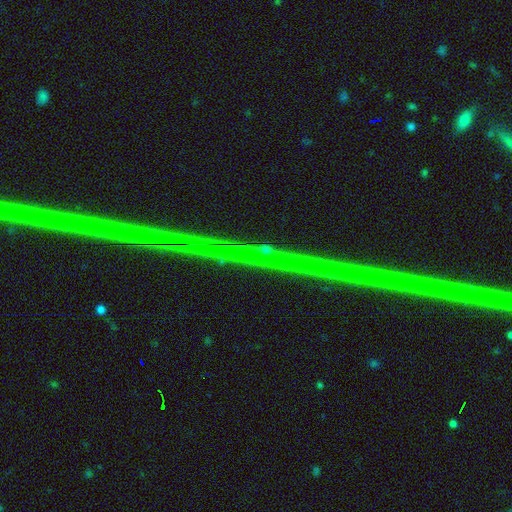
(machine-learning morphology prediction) Q: Smooth or featured?
A: star or artifact (87%); runner-up: featured or disk (10%)